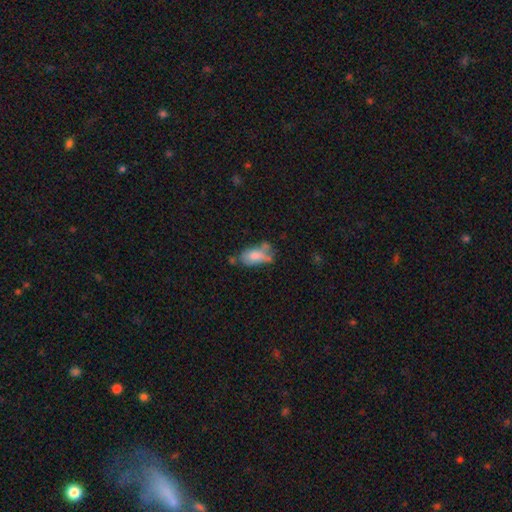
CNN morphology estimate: Smooth or featured?
  - smooth: 72% *
  - featured or disk: 19%
  - star or artifact: 8%
How rounded?
  - in between: 90% *
  - cigar-shaped: 6%
  - round: 5%
Merging?
  - none: 36% *
  - minor disturbance: 28%
  - merger: 22%
  - major disturbance: 14%